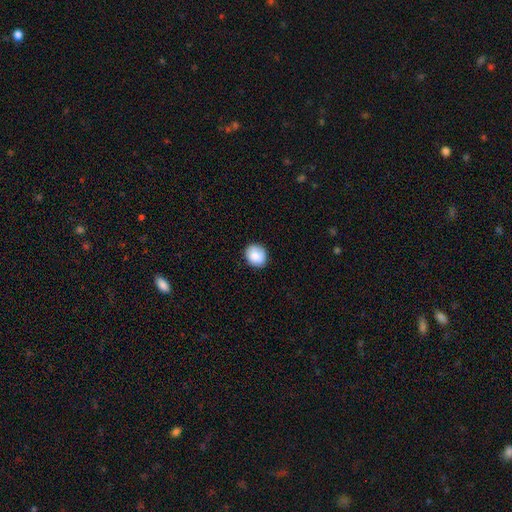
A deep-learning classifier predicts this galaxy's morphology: Smooth or featured? Predicted: smooth (p=0.86). How rounded? Predicted: round (p=0.72). Merging? Predicted: none (p=0.86).